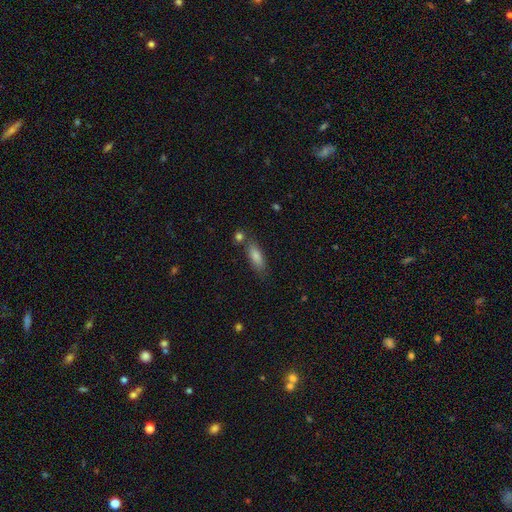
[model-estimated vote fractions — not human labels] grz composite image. It shows a smooth galaxy with no disk features (75%) that is in between round and cigar-shaped (53%). Merging: none (74%).